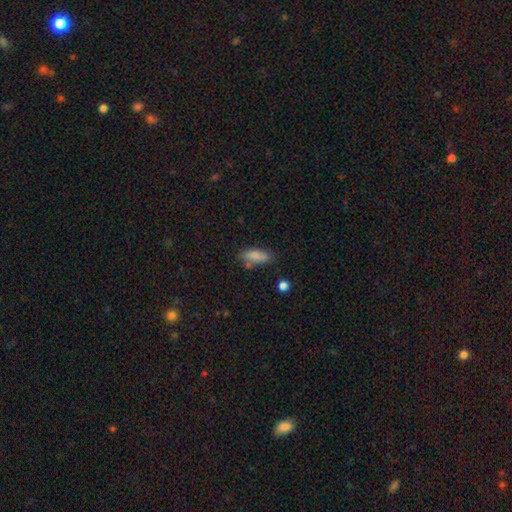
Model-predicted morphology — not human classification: This is clearly a smooth galaxy (81%). How rounded: likely in between (69%). Merging: likely none (62%).